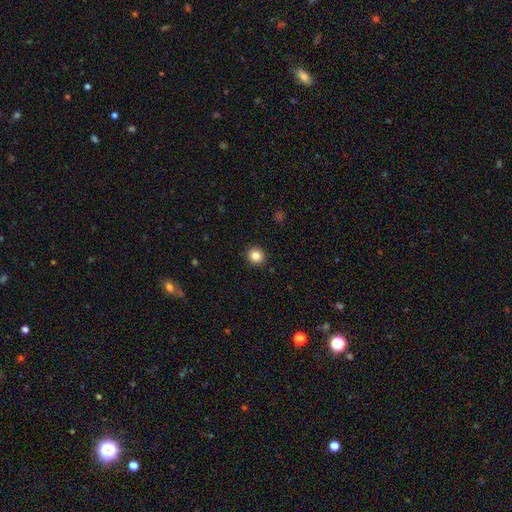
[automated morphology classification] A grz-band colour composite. It shows a smooth galaxy with no disk features (84%) that is round (86%). Merging: none (92%).